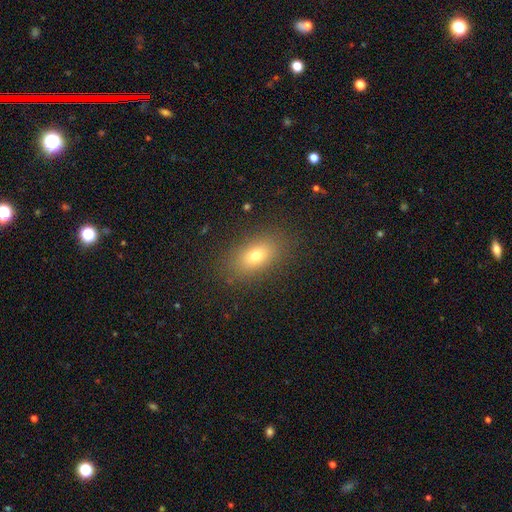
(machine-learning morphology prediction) The model was most divided on "smooth or featured": smooth: 74%, featured or disk: 13%, star or artifact: 12%. More confident: merging — none (87%); how rounded — in between (84%).